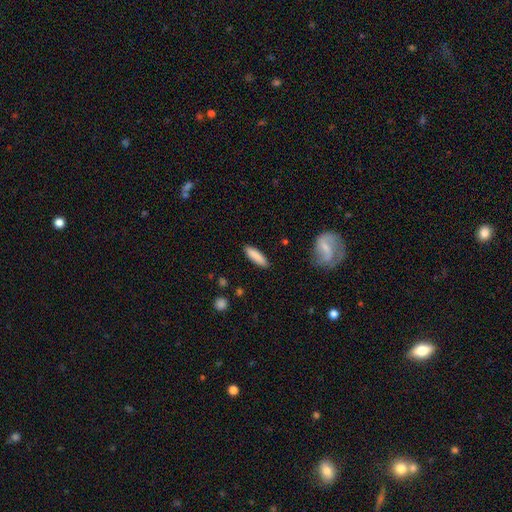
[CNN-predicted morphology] smooth 86%, featured or disk 8%, star or artifact 6%. Down the decision tree: how rounded — cigar-shaped (60%); merging — none (87%).